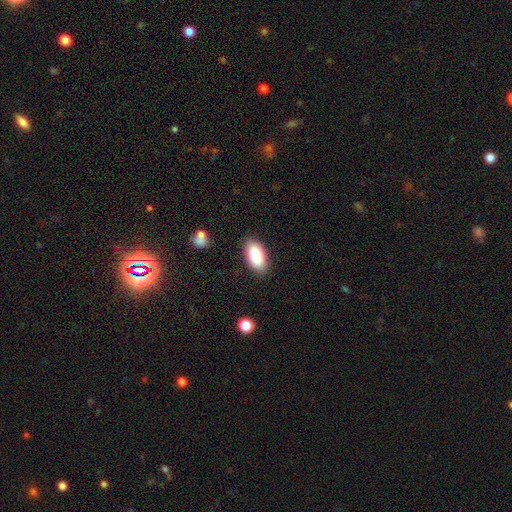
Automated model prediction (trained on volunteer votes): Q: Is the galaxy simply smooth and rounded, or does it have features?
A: smooth — 86%.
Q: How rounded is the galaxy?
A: in between — 93%.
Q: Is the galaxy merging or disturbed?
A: none — 86%.